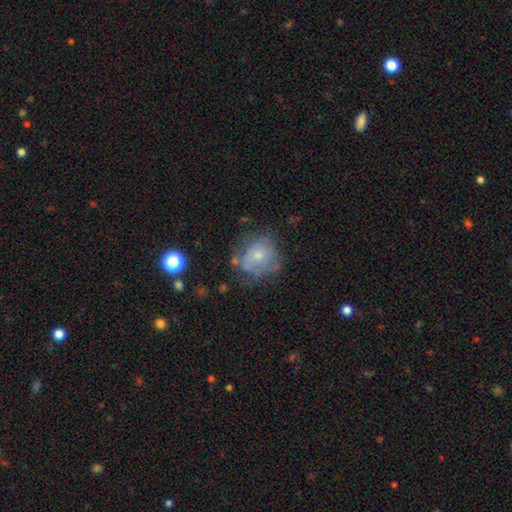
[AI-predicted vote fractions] Smooth or featured? smooth (56%)
How rounded? round (75%)
Merging? none (50%)